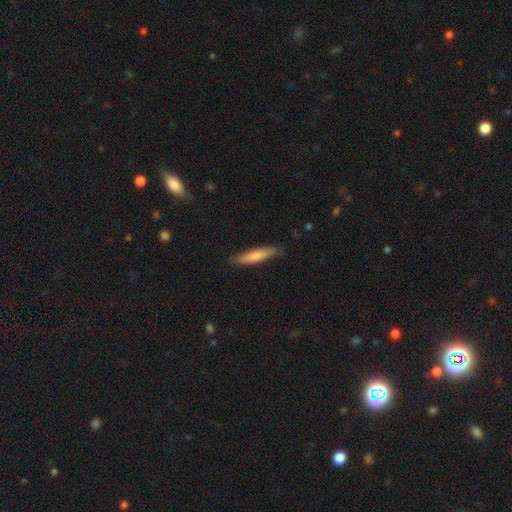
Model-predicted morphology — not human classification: Overall: smooth (76%). How rounded: cigar-shaped (84%). Merging: none (86%).